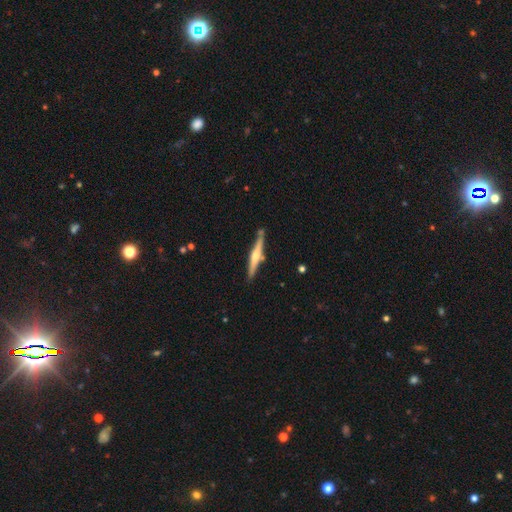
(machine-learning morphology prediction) smooth-or-featured: featured or disk: 66% | smooth: 29% | star or artifact: 5%
  disk-edge-on: yes: 97% | no: 3%
    edge-on-bulge: rounded: 85% | none: 8% | boxy: 8%
  merging: none: 81% | minor disturbance: 12% | merger: 5% | major disturbance: 2%